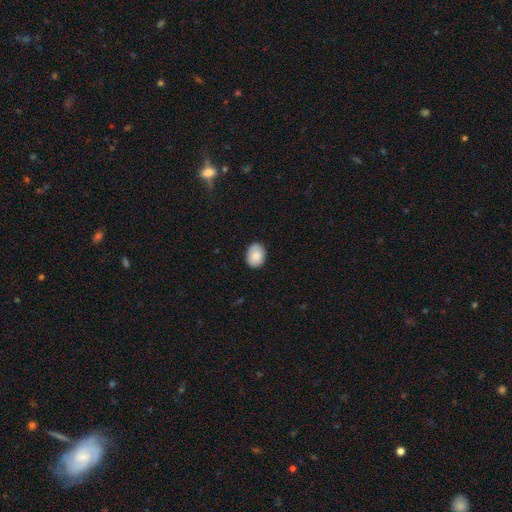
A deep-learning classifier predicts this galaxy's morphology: Smooth or featured?
  - smooth: 84% *
  - featured or disk: 9%
  - star or artifact: 7%
How rounded?
  - in between: 59% *
  - round: 40%
  - cigar-shaped: 1%
Merging?
  - none: 84% *
  - minor disturbance: 13%
  - major disturbance: 2%
  - merger: 1%